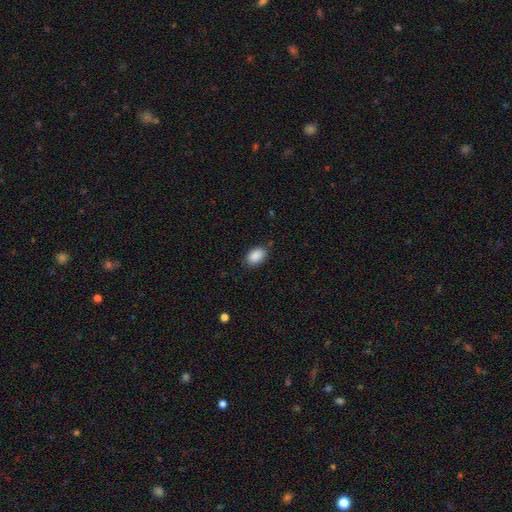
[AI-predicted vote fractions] This is clearly a smooth galaxy (89%). How rounded: clearly in between (91%). Merging: clearly none (83%).